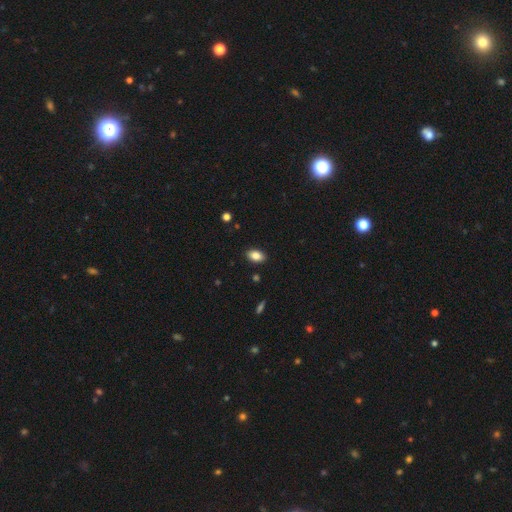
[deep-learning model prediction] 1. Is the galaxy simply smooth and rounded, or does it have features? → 85% smooth, 8% star or artifact, 6% featured or disk.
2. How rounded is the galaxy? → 90% in between, 8% round, 2% cigar-shaped.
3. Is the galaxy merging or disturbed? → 89% none, 8% minor disturbance, 2% major disturbance, 1% merger.